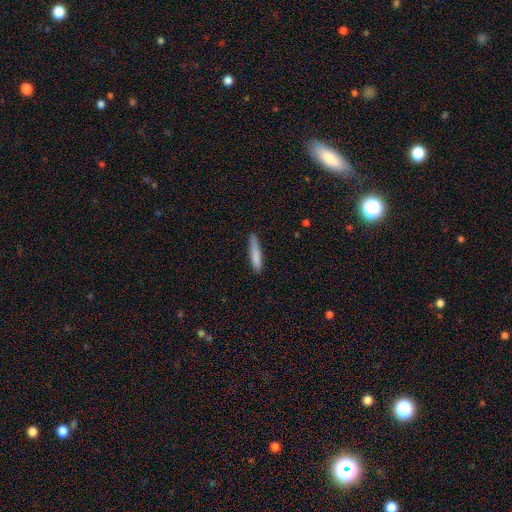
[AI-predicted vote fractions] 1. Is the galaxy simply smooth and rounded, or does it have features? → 82% smooth, 12% featured or disk, 6% star or artifact.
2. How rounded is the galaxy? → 91% cigar-shaped, 7% in between, 1% round.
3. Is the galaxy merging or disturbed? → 80% none, 16% minor disturbance, 3% major disturbance, 2% merger.